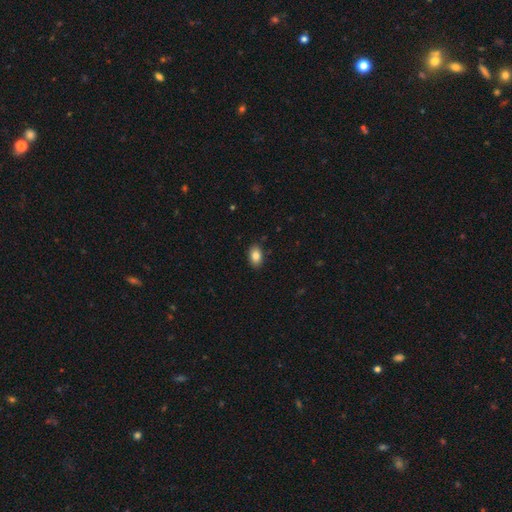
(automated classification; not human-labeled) This is clearly a smooth galaxy (84%). How rounded: clearly in between (87%). Merging: clearly none (88%).